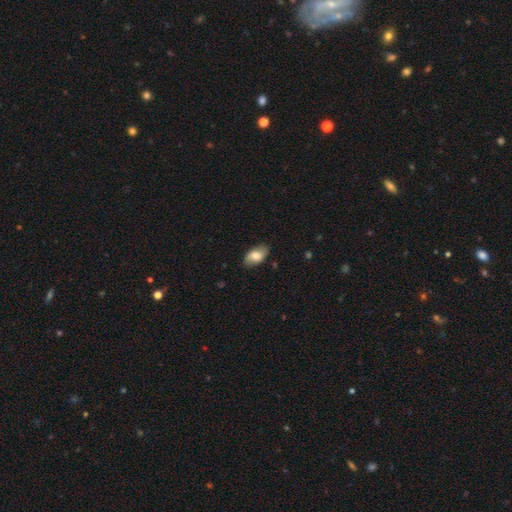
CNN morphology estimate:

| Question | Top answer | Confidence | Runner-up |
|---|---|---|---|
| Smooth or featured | smooth | 74% | featured or disk (19%) |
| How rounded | in between | 93% | round (5%) |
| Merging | none | 82% | minor disturbance (14%) |